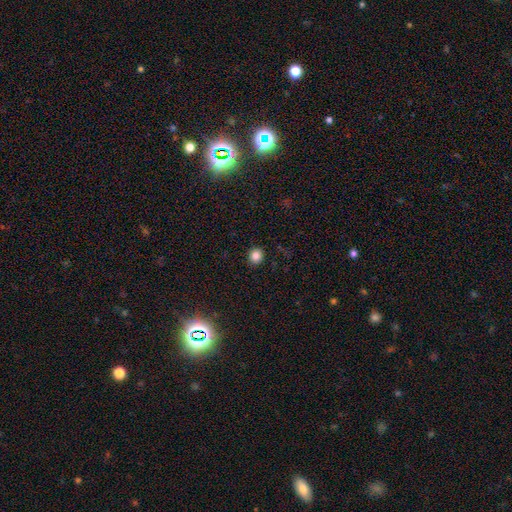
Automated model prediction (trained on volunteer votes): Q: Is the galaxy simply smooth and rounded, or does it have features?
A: smooth — 83%.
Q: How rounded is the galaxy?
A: round — 83%.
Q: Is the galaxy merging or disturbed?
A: none — 91%.